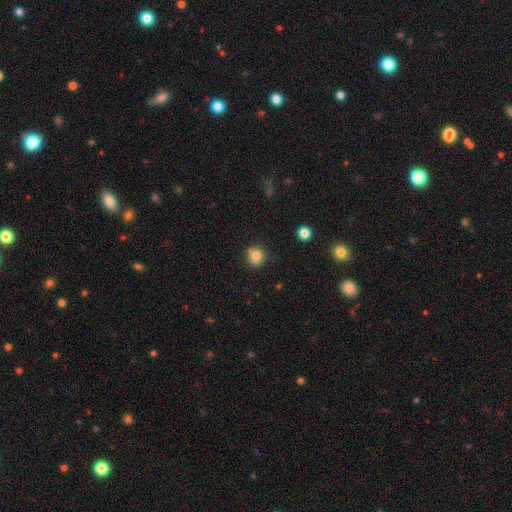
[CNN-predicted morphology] Smooth or featured?
  - smooth: 79% *
  - star or artifact: 11%
  - featured or disk: 9%
How rounded?
  - round: 87% *
  - in between: 12%
  - cigar-shaped: 1%
Merging?
  - none: 76% *
  - minor disturbance: 15%
  - merger: 6%
  - major disturbance: 3%